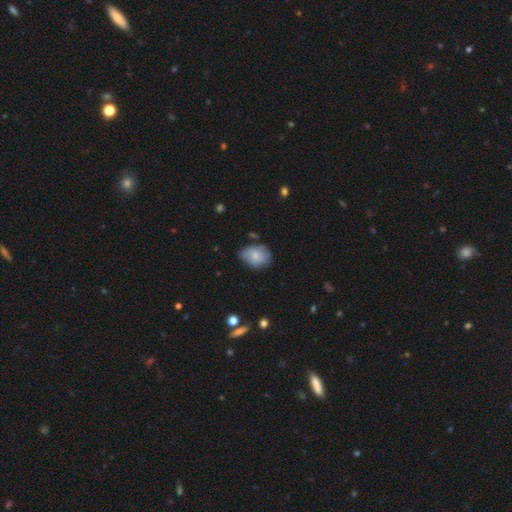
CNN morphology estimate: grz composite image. It shows a smooth galaxy with no disk features (75%) that is in between round and cigar-shaped (66%). Merging: none (59%).